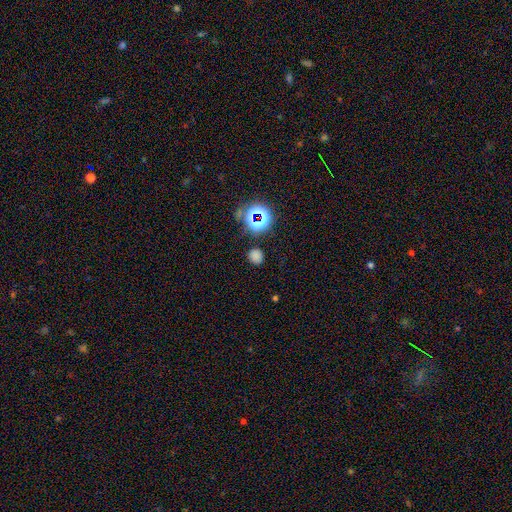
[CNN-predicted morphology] Smooth or featured: smooth — 66% (star or artifact — 29%)
How rounded: round — 81% (in between — 18%)
Merging: none — 84% (minor disturbance — 9%)